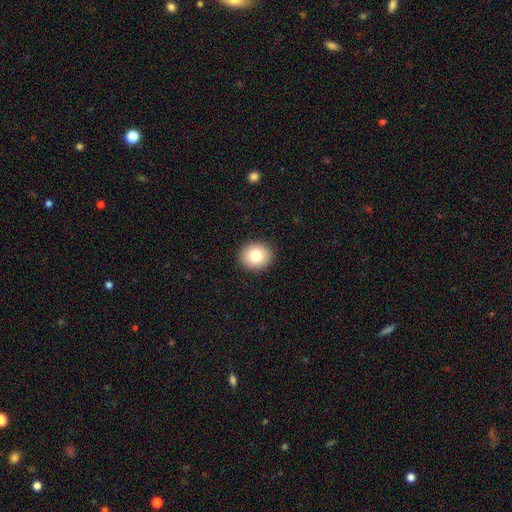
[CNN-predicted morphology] Q: Smooth or featured?
A: smooth (79%); runner-up: featured or disk (12%)
Q: How rounded?
A: round (79%); runner-up: in between (20%)
Q: Merging?
A: none (92%); runner-up: minor disturbance (5%)